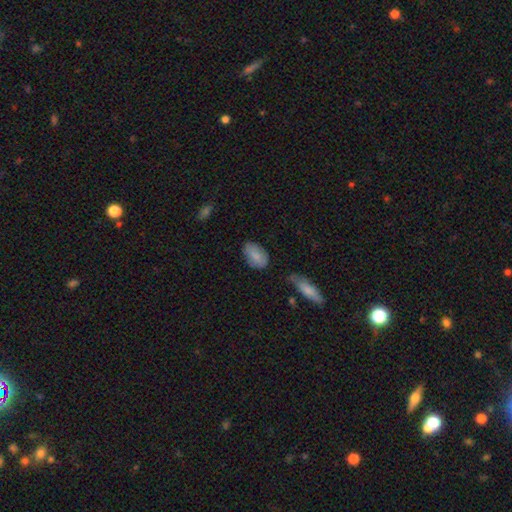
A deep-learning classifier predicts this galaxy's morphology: The model was most divided on "merging": none: 71%, minor disturbance: 21%, major disturbance: 5%, merger: 3%. More confident: how rounded — in between (91%); smooth or featured — smooth (82%).